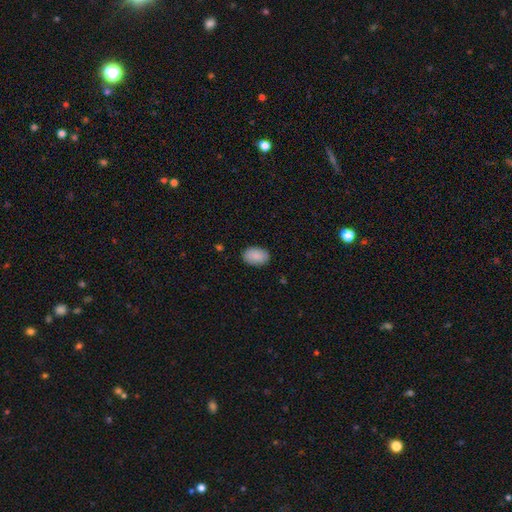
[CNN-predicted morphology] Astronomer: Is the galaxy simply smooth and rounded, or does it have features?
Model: smooth — 88%.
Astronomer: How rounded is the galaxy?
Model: in between — 87%.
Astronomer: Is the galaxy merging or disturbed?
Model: none — 87%.